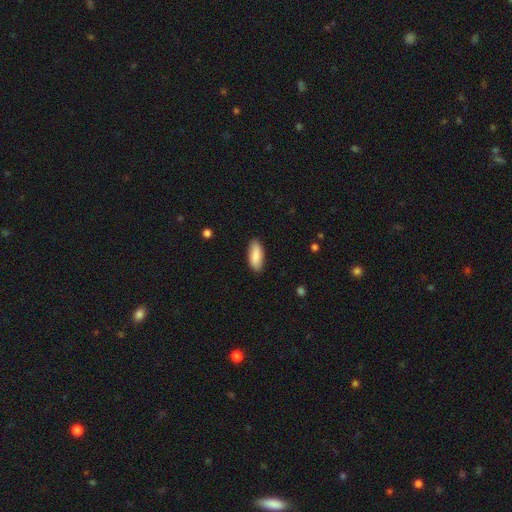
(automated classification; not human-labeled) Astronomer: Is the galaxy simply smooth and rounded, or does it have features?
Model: smooth — 87%.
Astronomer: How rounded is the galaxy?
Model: in between — 79%.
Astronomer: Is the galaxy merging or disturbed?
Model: none — 88%.